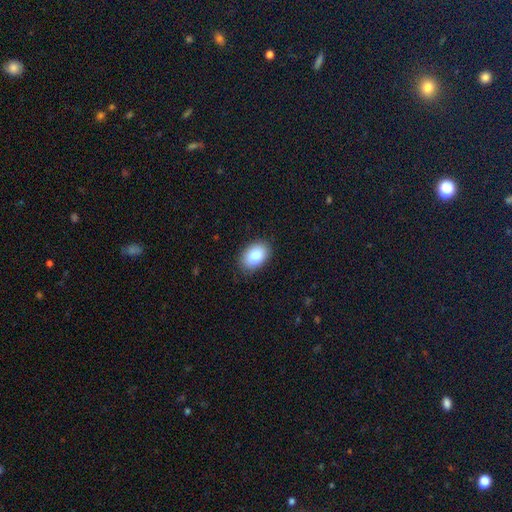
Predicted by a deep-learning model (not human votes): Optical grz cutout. It shows a smooth galaxy with no disk features (84%) that is in between round and cigar-shaped (86%). Merging: none (87%).